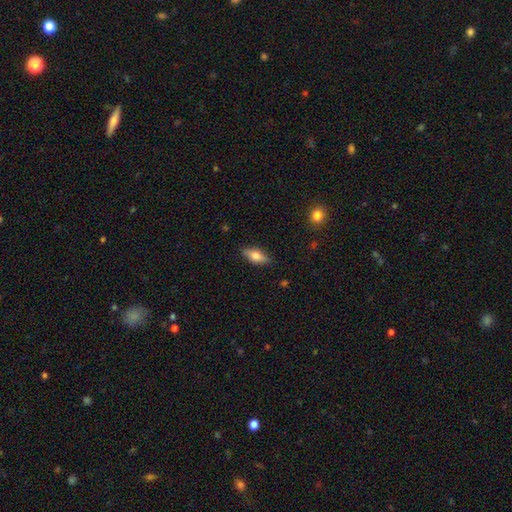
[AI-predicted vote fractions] smooth 73%, featured or disk 20%, star or artifact 7%. Down the decision tree: how rounded — in between (79%); merging — none (85%).